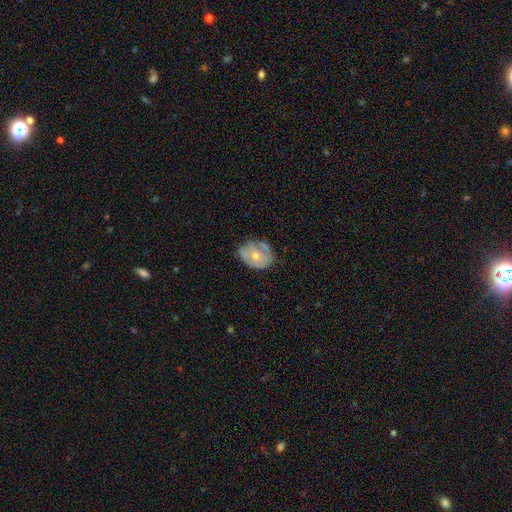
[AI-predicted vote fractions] Overall: smooth (49%; featured or disk 45%). Merging: none (56%; minor disturbance 30%).